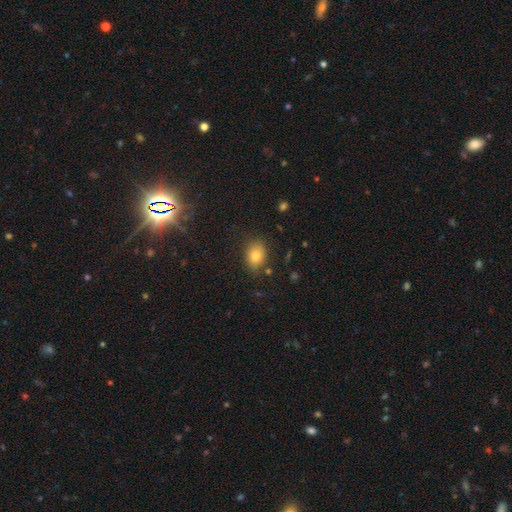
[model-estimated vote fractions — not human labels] Overall: smooth (79%). How rounded: in between (62%; round 37%). Merging: none (82%).